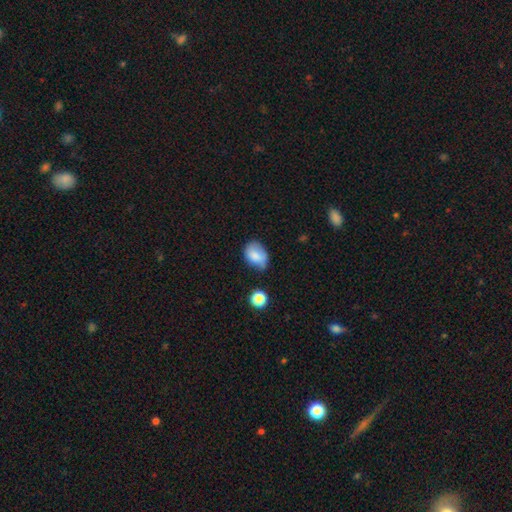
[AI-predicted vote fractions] A smooth galaxy with no disk features (81%) that is in between round and cigar-shaped (75%). Merging: none (51%).